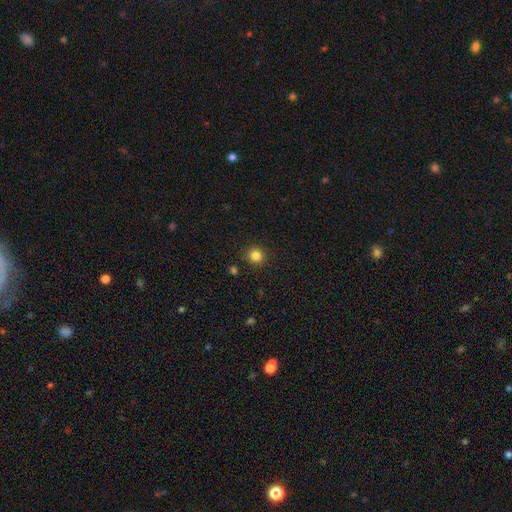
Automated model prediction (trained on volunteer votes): Smooth or featured: smooth — 83% (star or artifact — 12%)
How rounded: round — 93% (in between — 6%)
Merging: none — 89% (minor disturbance — 7%)